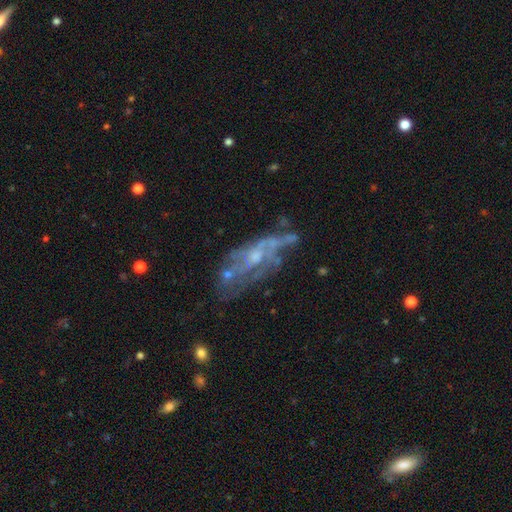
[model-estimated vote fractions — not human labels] This is likely a featured or disk galaxy (73%). It is clearly not viewed edge-on (88%). Bar: likely no (70%). Spiral arm pattern: possibly yes (53%). Central bulge: possibly small (46%). Merging: marginally none (44%).